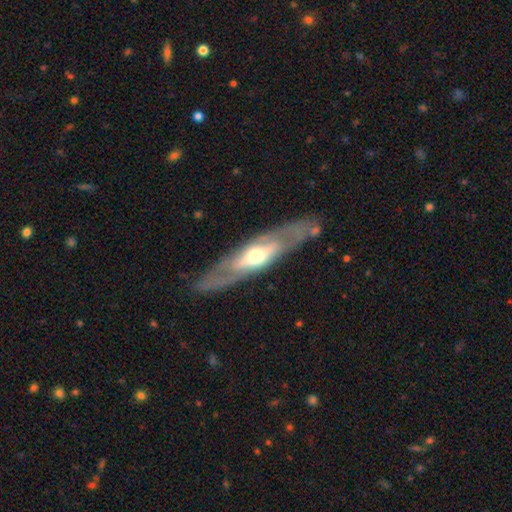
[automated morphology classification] featured or disk 71%, smooth 24%, star or artifact 5%. Down the decision tree: edge-on disk — no (50%, tied with yes); merging — none (80%).